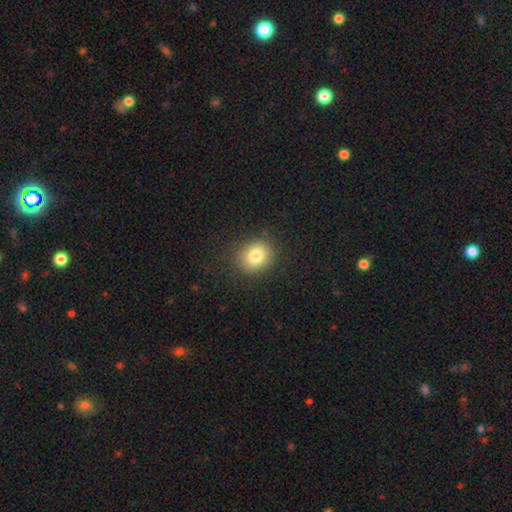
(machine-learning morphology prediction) smooth 81%, star or artifact 11%, featured or disk 8%. Down the decision tree: how rounded — round (62%); merging — none (85%).